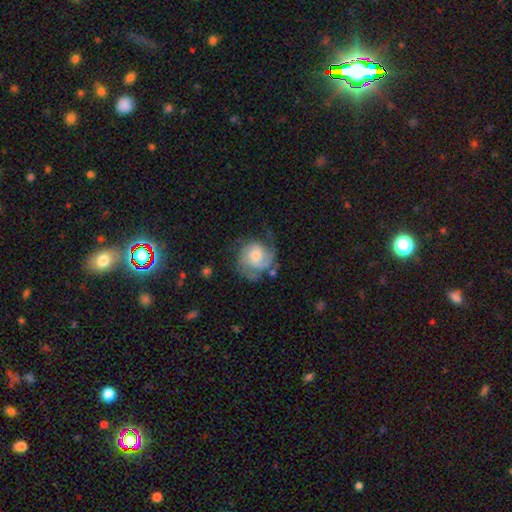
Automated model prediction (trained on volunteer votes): A featured or disk galaxy (70%) with no bar (70%), 2 (44%) tight (43%) spiral arms (91%) and a moderate central bulge (46%). Merging: none (54%).